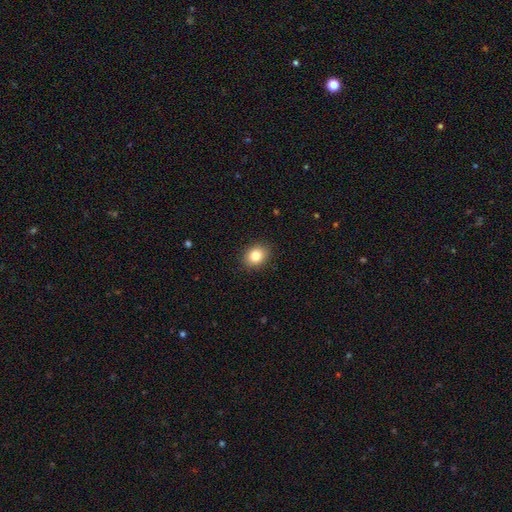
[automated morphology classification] Smooth or featured? Predicted: smooth (p=0.84). How rounded? Predicted: round (p=0.58). Merging? Predicted: none (p=0.89).